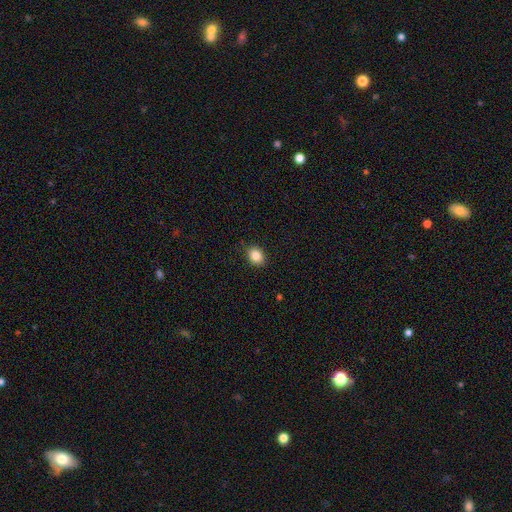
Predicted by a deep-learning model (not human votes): smooth 86%, star or artifact 9%, featured or disk 5%. Down the decision tree: how rounded — in between (55%); merging — none (88%).